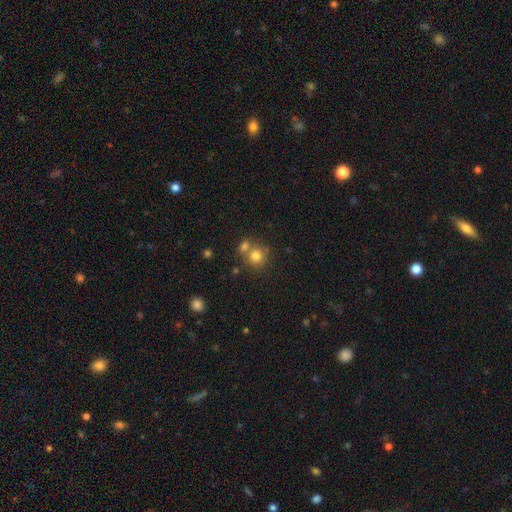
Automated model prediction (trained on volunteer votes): smooth 79%, star or artifact 12%, featured or disk 9%. Down the decision tree: how rounded — round (86%); merging — none (54%).